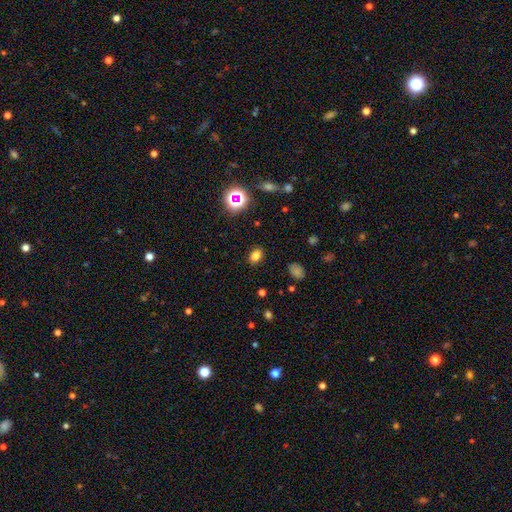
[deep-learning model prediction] A smooth galaxy with no disk features (78%) that is in between round and cigar-shaped (71%).

Vote fractions:
- Smooth or featured? smooth: 78% / star or artifact: 16% / featured or disk: 6%
- How rounded? in between: 71% / round: 28% / cigar-shaped: 1%
- Merging? none: 88% / minor disturbance: 8% / major disturbance: 3% / merger: 1%